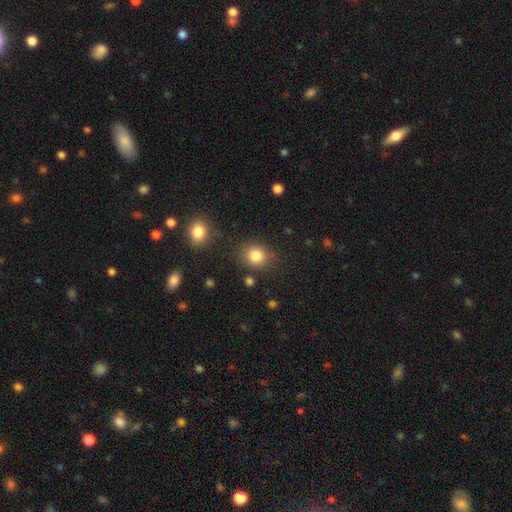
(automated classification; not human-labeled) Smooth or featured? smooth (84%)
How rounded? round (76%)
Merging? none (79%)